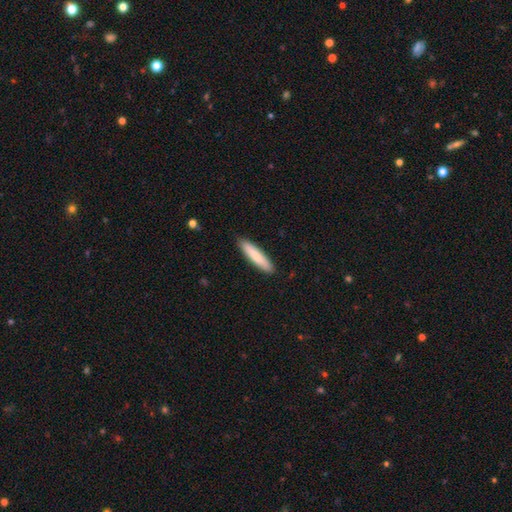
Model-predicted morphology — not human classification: Smooth or featured? smooth (82%)
How rounded? cigar-shaped (86%)
Merging? none (90%)